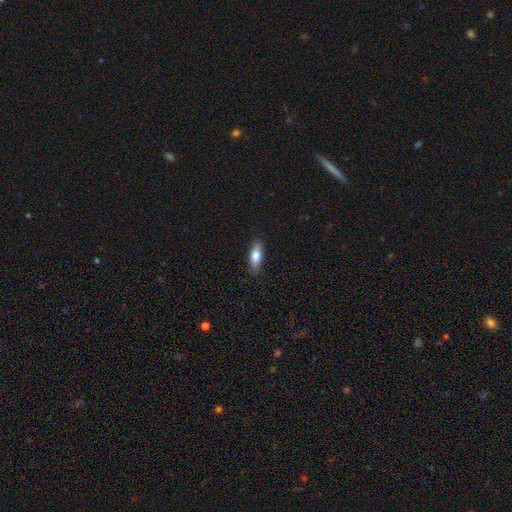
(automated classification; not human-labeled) Smooth or featured?
  - smooth: 77% *
  - featured or disk: 17%
  - star or artifact: 6%
How rounded?
  - in between: 67% *
  - cigar-shaped: 31%
  - round: 3%
Merging?
  - none: 86% *
  - minor disturbance: 11%
  - major disturbance: 2%
  - merger: 1%